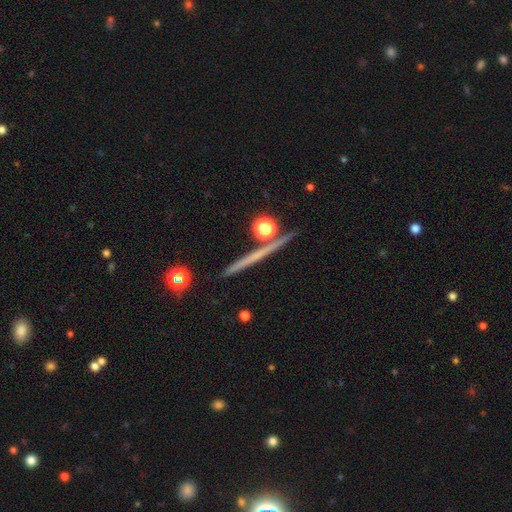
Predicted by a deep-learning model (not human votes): This appears to be a featured or disk galaxy (52%) viewed edge-on (96%). Merging: none (87%).